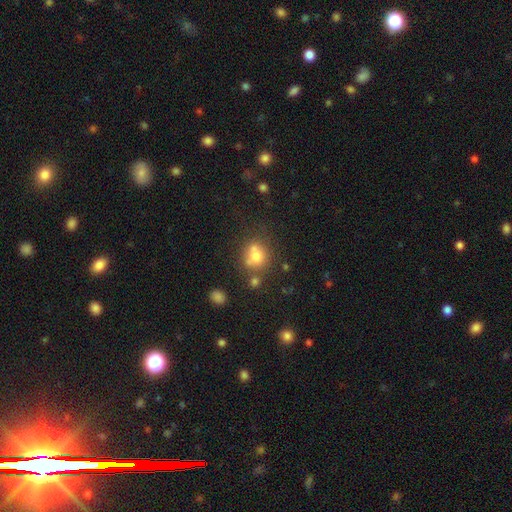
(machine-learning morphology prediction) Overall: smooth (70%). How rounded: round (70%). Merging: none (46%; merger 31%).